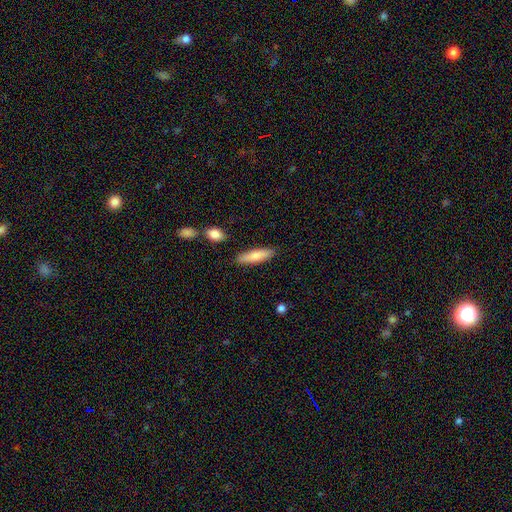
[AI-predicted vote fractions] Smooth or featured? smooth (78%)
How rounded? cigar-shaped (66%)
Merging? none (86%)